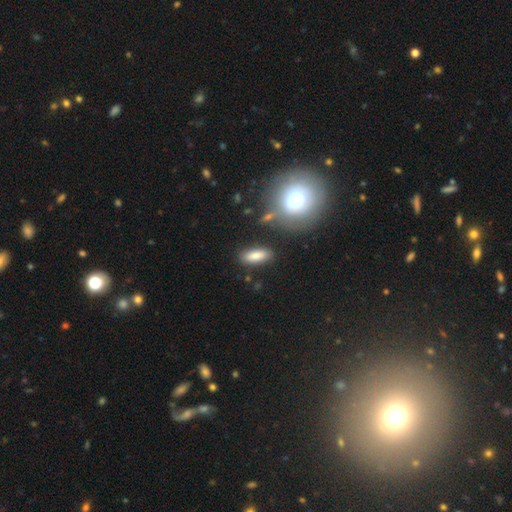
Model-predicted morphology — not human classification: Smooth or featured? Predicted: smooth (p=0.83). How rounded? Predicted: in between (p=0.74). Merging? Predicted: none (p=0.84).